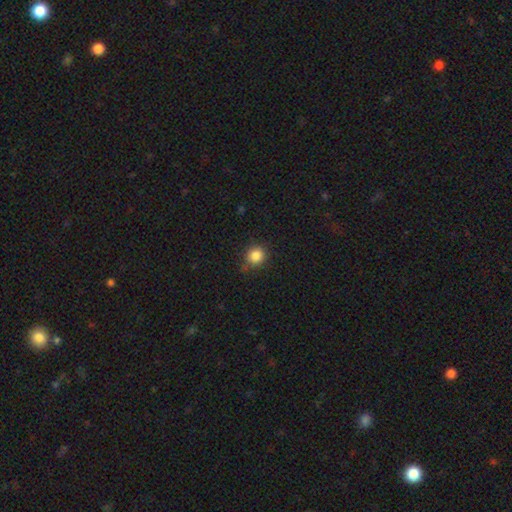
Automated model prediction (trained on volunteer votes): Smooth or featured? smooth (85%)
How rounded? round (88%)
Merging? none (81%)